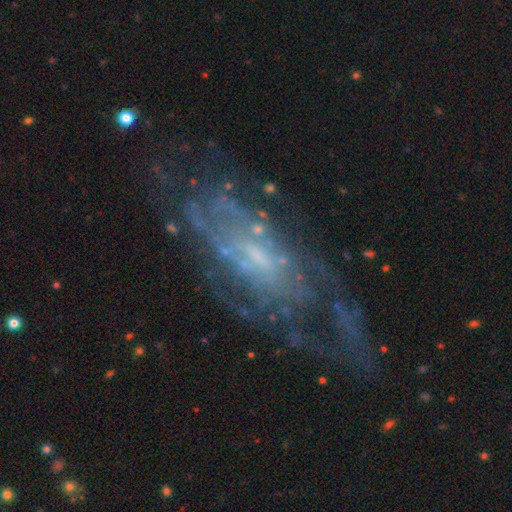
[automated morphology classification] Smooth or featured? Predicted: featured or disk (p=0.80). Edge-on disk? Predicted: no (p=0.90). Bar? Predicted: no (p=0.48). Spiral arms? Predicted: yes (p=0.81). Spiral winding? Predicted: tight (p=0.51). Spiral arm count? Predicted: can't tell (p=0.59). Bulge size? Predicted: small (p=0.54). Merging? Predicted: none (p=0.60).